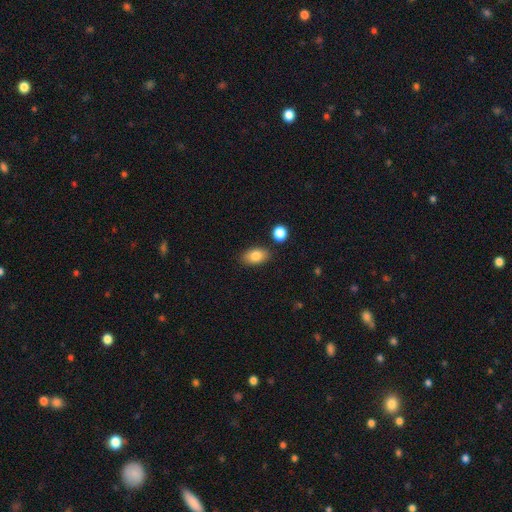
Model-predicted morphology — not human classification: type=smooth (84%); roundness=in between (91%); merging=none (84%).